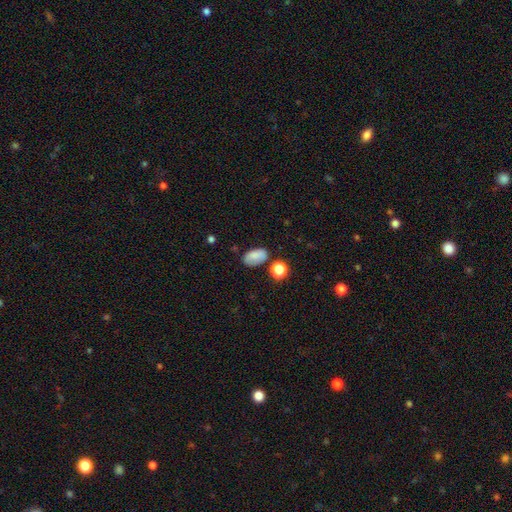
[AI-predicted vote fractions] Morphology: type=smooth (81%); roundness=in between (91%); merging=none (71%).